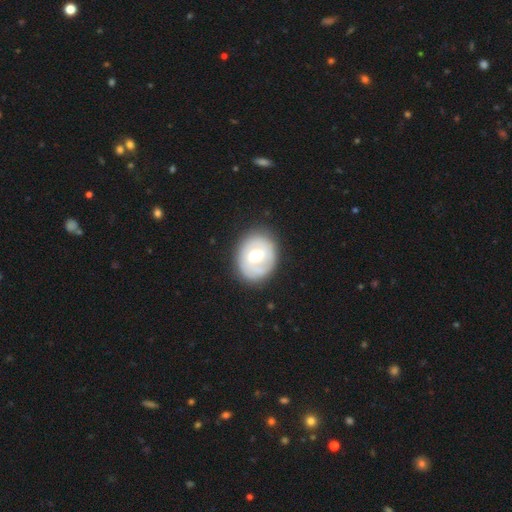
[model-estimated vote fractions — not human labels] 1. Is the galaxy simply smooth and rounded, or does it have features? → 50% featured or disk, 43% smooth, 7% star or artifact.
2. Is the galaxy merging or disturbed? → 79% none, 15% minor disturbance, 5% major disturbance, 1% merger.